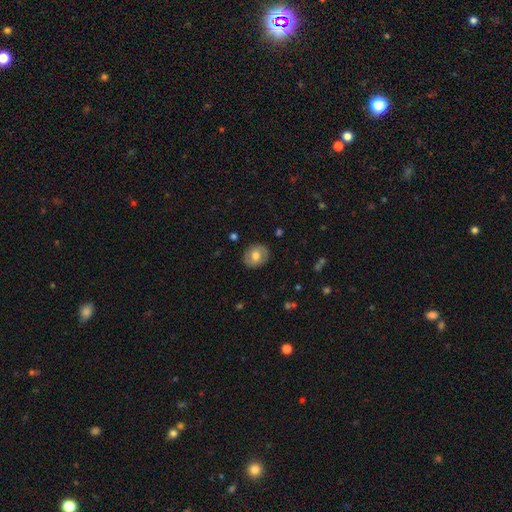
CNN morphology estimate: smooth_or_featured: smooth (p=0.67) [alt: featured or disk p=0.26]
how_rounded: round (p=0.62) [alt: in between p=0.38]
merging: none (p=0.87) [alt: minor disturbance p=0.09]